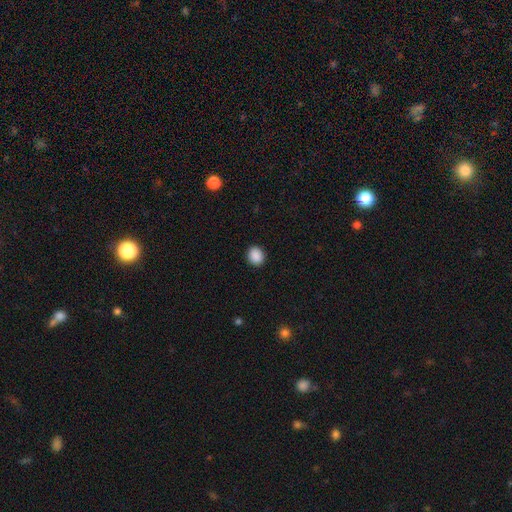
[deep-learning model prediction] Smooth or featured? smooth (89%)
How rounded? round (68%)
Merging? none (91%)